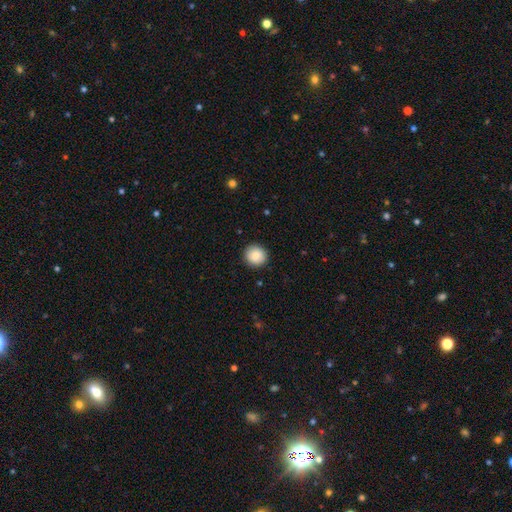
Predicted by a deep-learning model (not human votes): This appears to be a smooth galaxy with no disk features (85%) that is round (92%). Merging: none (90%).